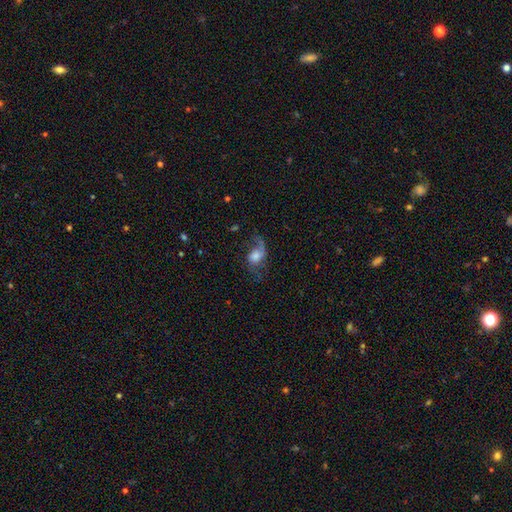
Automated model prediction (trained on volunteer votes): smooth-or-featured: featured or disk: 60% | smooth: 30% | star or artifact: 10%
  disk-edge-on: no: 95% | yes: 5%
    bar: no: 67% | weak: 28% | strong: 5%
    has-spiral-arms: yes: 88% | no: 12%
      spiral-winding: loose: 74% | medium: 21% | tight: 5%
      spiral-arm-count: 2: 60% | 1: 33% | can't tell: 4% | 3: 1% | 4: 1% | more than 4: 1%
    bulge-size: moderate: 36% | large: 32% | small: 17% | none: 8% | dominant: 8%
  merging: none: 45% | major disturbance: 32% | minor disturbance: 20% | merger: 3%